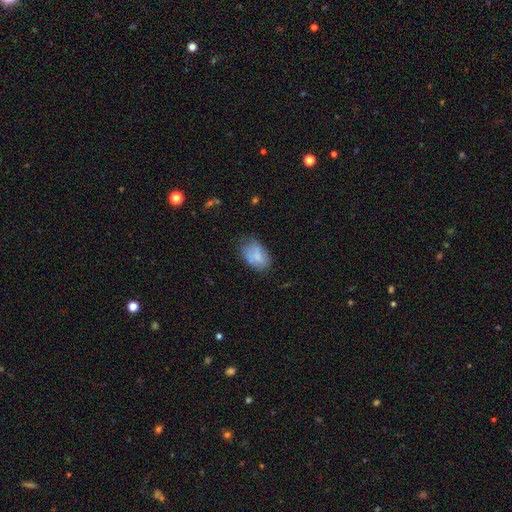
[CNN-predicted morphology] smooth_or_featured: smooth (p=0.74) [alt: featured or disk p=0.17]
how_rounded: in between (p=0.89) [alt: round p=0.10]
merging: none (p=0.55) [alt: minor disturbance p=0.31]